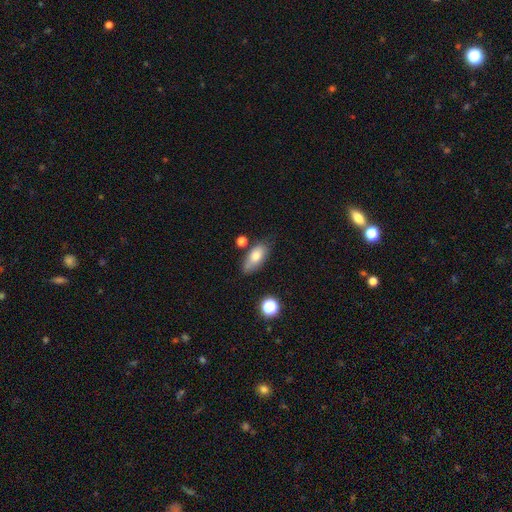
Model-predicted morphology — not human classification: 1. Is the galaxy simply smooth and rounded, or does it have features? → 76% smooth, 16% featured or disk, 8% star or artifact.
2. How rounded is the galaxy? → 87% in between, 8% cigar-shaped, 5% round.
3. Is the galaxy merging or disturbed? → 67% none, 21% minor disturbance, 7% merger, 5% major disturbance.